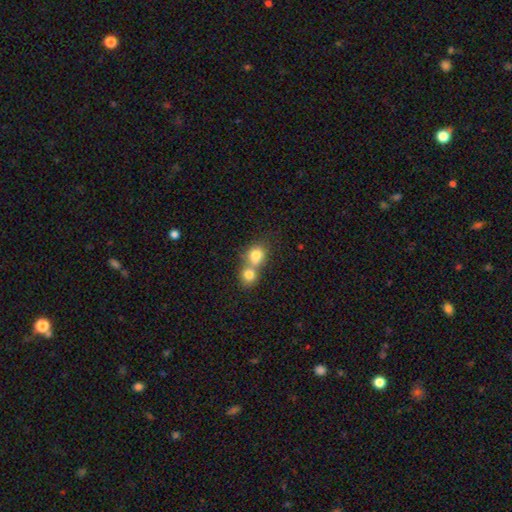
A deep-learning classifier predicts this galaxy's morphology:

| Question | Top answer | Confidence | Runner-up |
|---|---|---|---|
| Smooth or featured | smooth | 78% | featured or disk (12%) |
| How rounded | round | 77% | in between (22%) |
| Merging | merger | 64% | none (28%) |